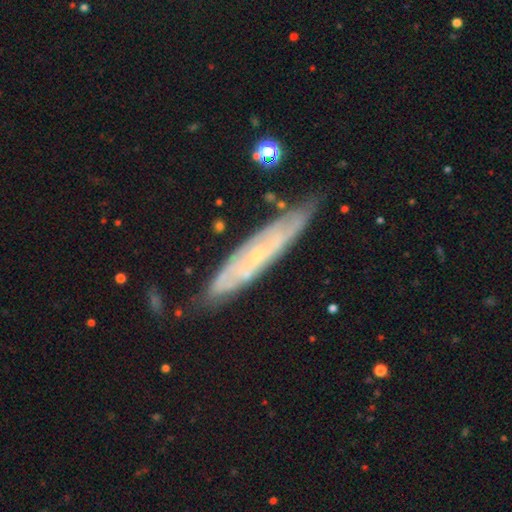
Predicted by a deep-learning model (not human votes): The model was most divided on "edge-on disk": no: 57%, yes: 43%. More confident: merging — none (77%); smooth or featured — featured or disk (75%).